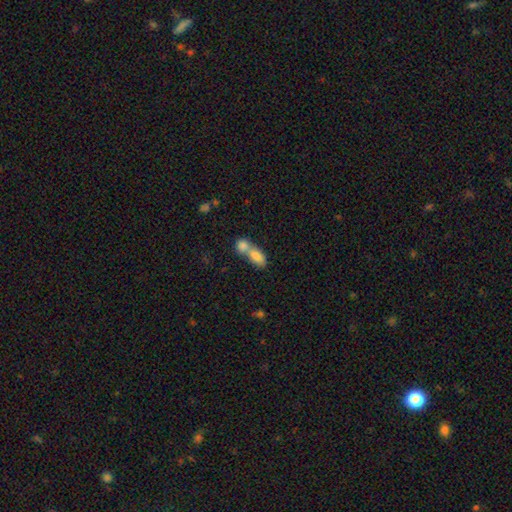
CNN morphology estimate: Smooth or featured? smooth (79%)
How rounded? in between (79%)
Merging? merger (71%)